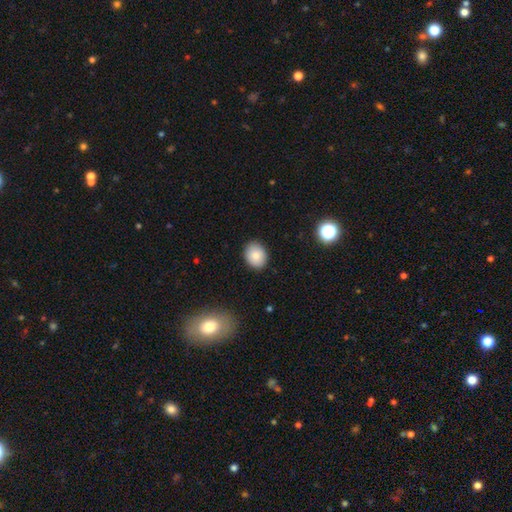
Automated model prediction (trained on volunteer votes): Morphology: type=smooth (83%); roundness=round (51%); merging=none (88%).